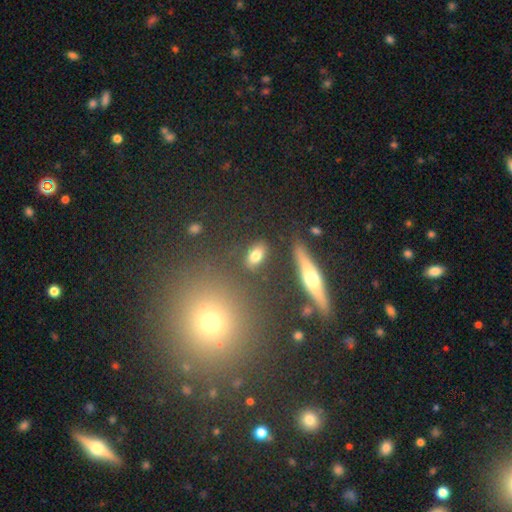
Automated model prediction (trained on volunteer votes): Smooth or featured? Predicted: smooth (p=0.78). How rounded? Predicted: in between (p=0.80). Merging? Predicted: none (p=0.83).